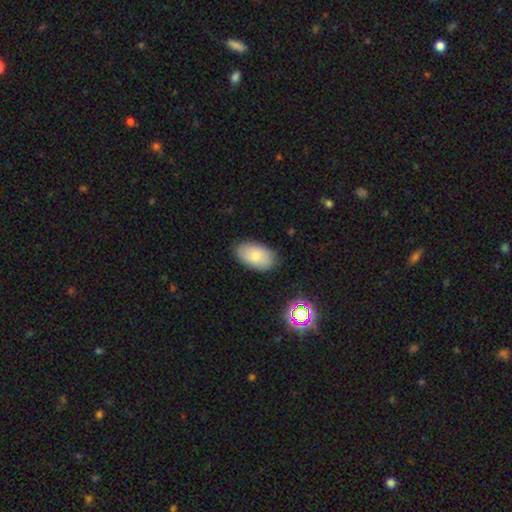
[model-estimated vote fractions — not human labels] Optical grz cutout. It shows a smooth galaxy with no disk features (74%) that is in between round and cigar-shaped (93%). Merging: none (84%).